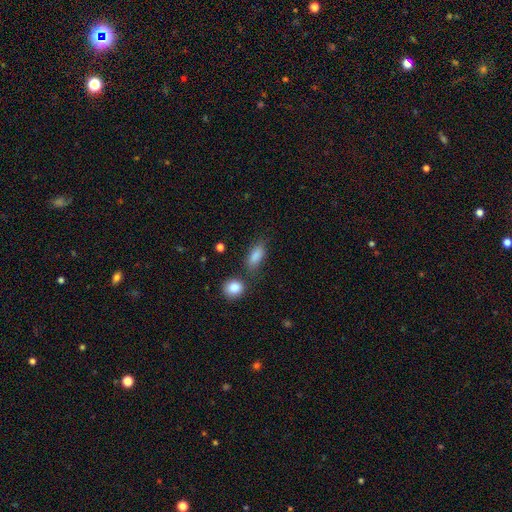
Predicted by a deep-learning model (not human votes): The model was most divided on "merging": none: 63%, minor disturbance: 17%, merger: 13%, major disturbance: 6%. More confident: smooth or featured — smooth (85%); how rounded — in between (80%).